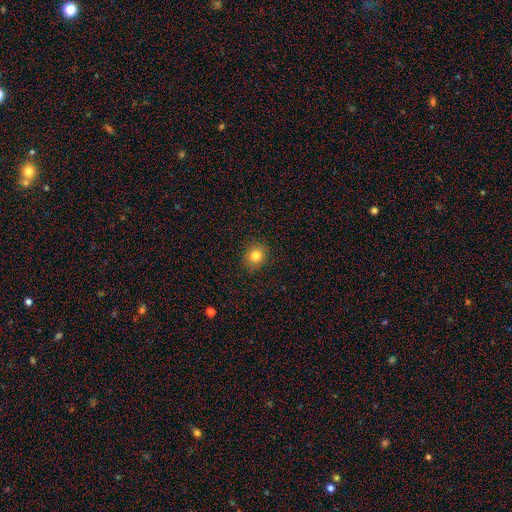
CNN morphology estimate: Smooth or featured? smooth (83%)
How rounded? round (79%)
Merging? none (90%)